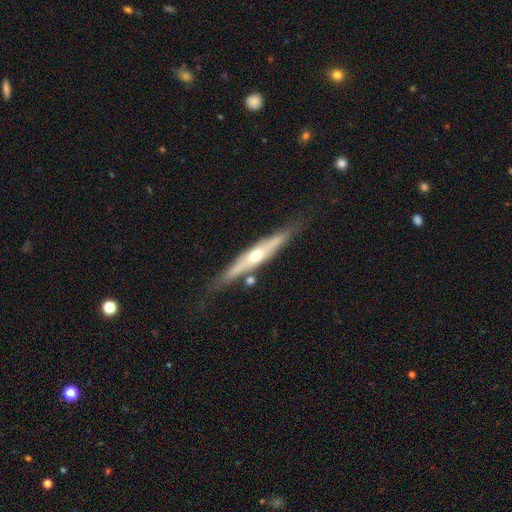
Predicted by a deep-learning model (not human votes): A featured or disk galaxy (66%) viewed edge-on (91%) with a rounded central bulge (85%).

Vote fractions:
- Smooth or featured? featured or disk: 66% / smooth: 28% / star or artifact: 6%
- Edge-on disk? yes: 91% / no: 9%
- Edge-on bulge? rounded: 85% / none: 11% / boxy: 4%
- Merging? none: 75% / minor disturbance: 15% / merger: 6% / major disturbance: 4%